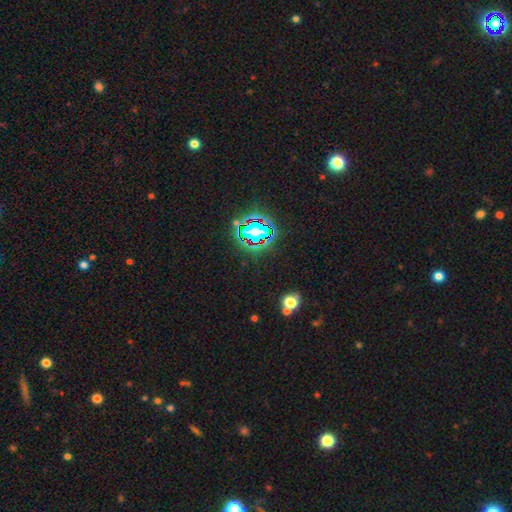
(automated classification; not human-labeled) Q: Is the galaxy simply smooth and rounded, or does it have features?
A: star or artifact — 81%.